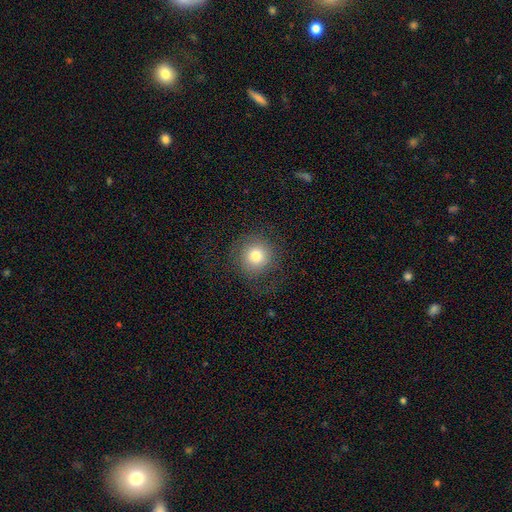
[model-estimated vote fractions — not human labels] A smooth galaxy with no disk features (75%) that is round (93%). Merging: none (76%).